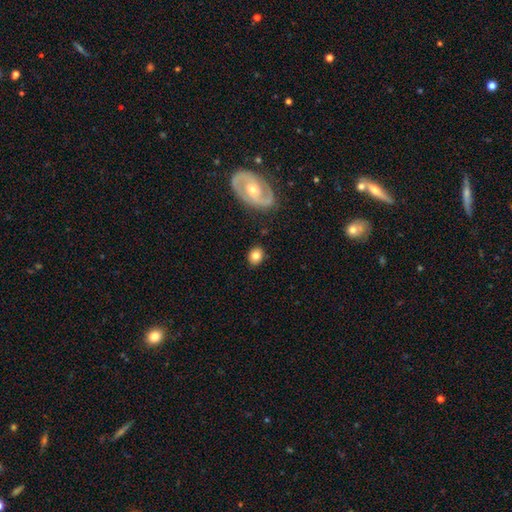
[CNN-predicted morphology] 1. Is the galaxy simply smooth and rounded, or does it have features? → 78% smooth, 14% featured or disk, 8% star or artifact.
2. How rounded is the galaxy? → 56% round, 42% in between, 1% cigar-shaped.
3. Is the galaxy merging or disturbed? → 85% none, 10% minor disturbance, 3% major disturbance, 2% merger.